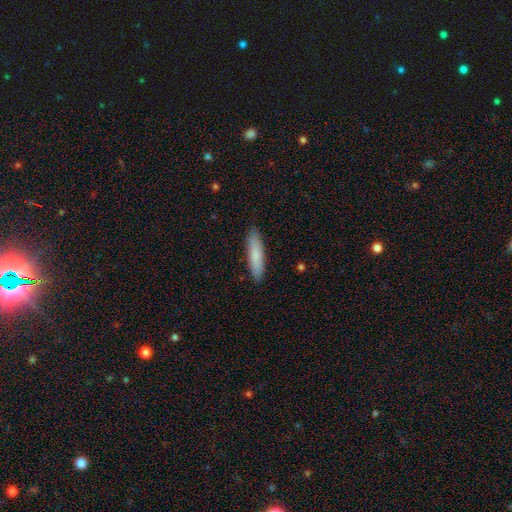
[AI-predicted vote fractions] Smooth or featured: smooth — 83% (featured or disk — 12%)
How rounded: cigar-shaped — 79% (in between — 20%)
Merging: none — 89% (minor disturbance — 8%)